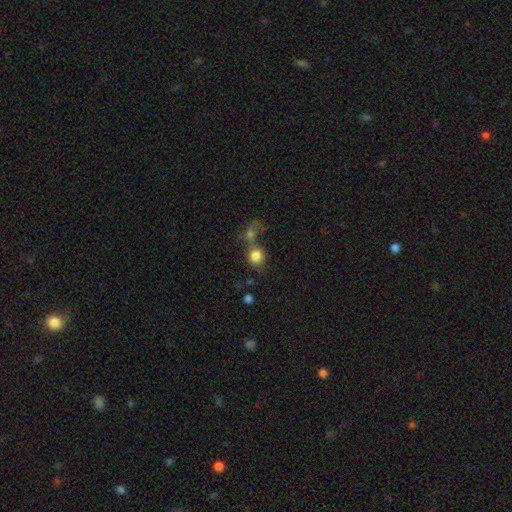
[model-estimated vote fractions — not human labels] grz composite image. It shows a smooth galaxy with no disk features (81%) that is round (74%). Merging: merger (44%).